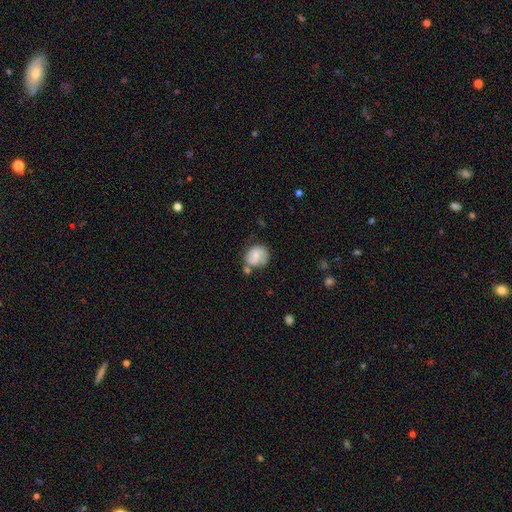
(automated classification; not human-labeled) smooth-or-featured: smooth: 52% | featured or disk: 41% | star or artifact: 8%
  how-rounded: round: 68% | in between: 31% | cigar-shaped: 1%
  merging: none: 49% | minor disturbance: 25% | merger: 15% | major disturbance: 11%